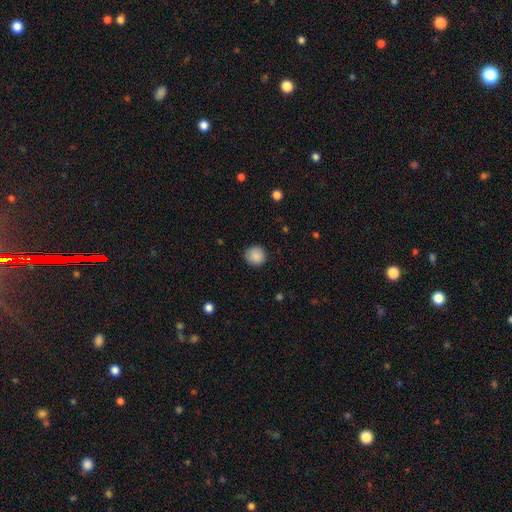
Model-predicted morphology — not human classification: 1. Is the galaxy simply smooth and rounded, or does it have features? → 88% smooth, 8% star or artifact, 3% featured or disk.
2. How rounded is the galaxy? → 93% round, 6% in between, 1% cigar-shaped.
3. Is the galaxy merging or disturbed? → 90% none, 7% minor disturbance, 2% major disturbance, 1% merger.